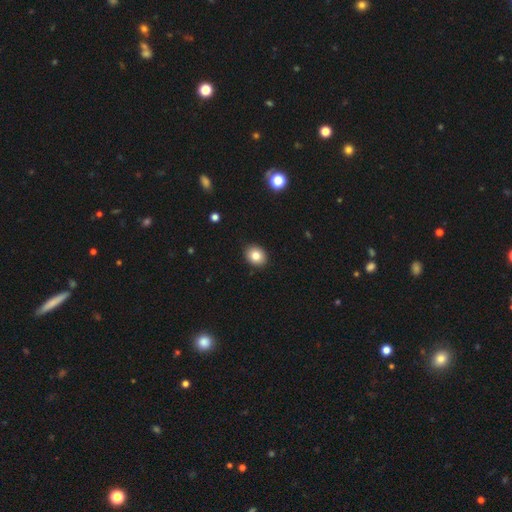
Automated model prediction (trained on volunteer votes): Q: Smooth or featured?
A: smooth (83%); runner-up: star or artifact (10%)
Q: How rounded?
A: round (52%); runner-up: in between (47%)
Q: Merging?
A: none (90%); runner-up: minor disturbance (7%)